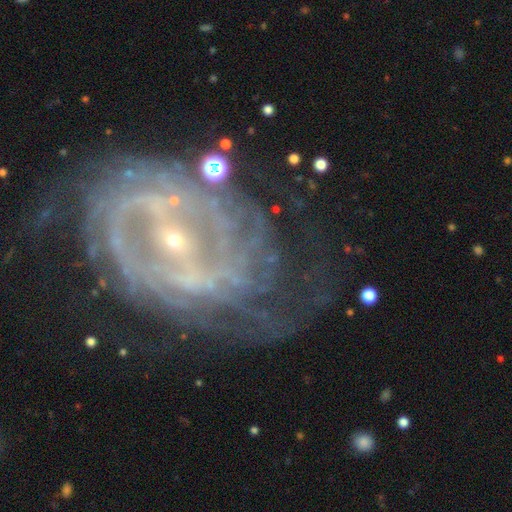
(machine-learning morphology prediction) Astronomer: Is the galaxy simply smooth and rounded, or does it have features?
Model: featured or disk — 87%.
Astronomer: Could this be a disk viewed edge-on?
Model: no — 97%.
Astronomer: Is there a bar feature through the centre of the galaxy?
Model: strong — 37% (runner-up: weak, 32%).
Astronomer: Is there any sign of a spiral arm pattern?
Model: yes — 91%.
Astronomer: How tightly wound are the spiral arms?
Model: tight — 49% (runner-up: medium, 37%).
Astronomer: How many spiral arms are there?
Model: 2 — 34% (runner-up: can't tell, 29%).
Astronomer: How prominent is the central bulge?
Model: small — 88%.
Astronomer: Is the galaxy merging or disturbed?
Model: none — 48% (runner-up: major disturbance, 25%).